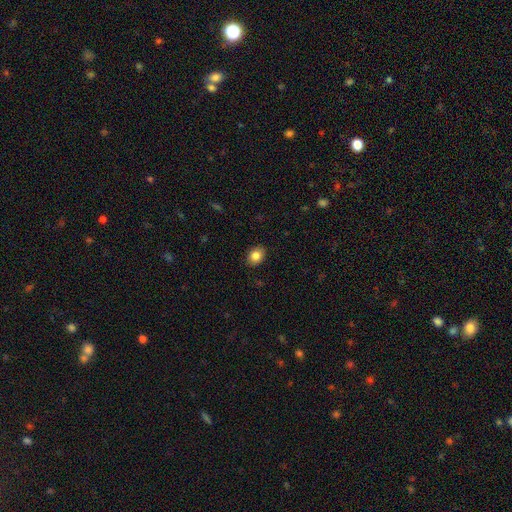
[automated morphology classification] This is clearly a smooth galaxy (85%). How rounded: possibly in between (59%). Merging: clearly none (90%).